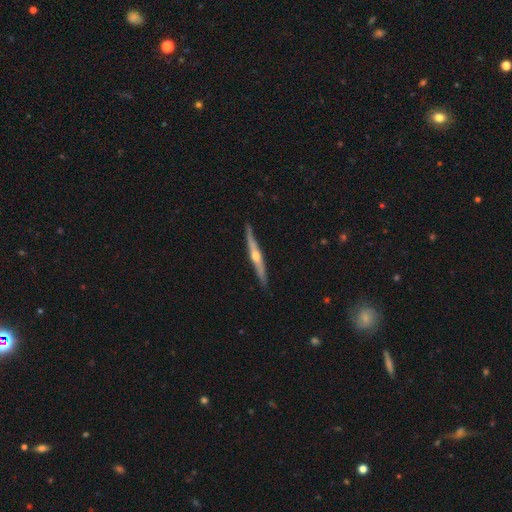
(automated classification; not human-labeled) Smooth or featured? Predicted: featured or disk (p=0.77). Edge-on disk? Predicted: yes (p=0.97). Edge-on bulge? Predicted: rounded (p=0.89). Merging? Predicted: none (p=0.89).